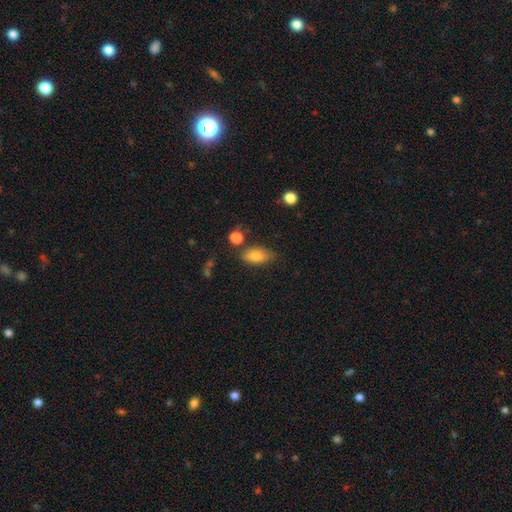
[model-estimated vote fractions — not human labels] Morphology: type=smooth (80%); roundness=in between (87%); merging=none (70%).